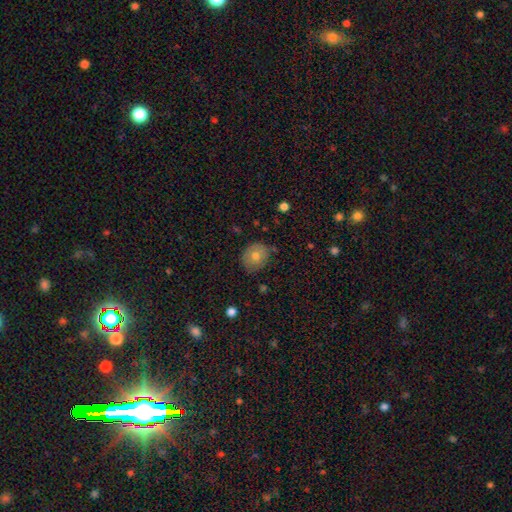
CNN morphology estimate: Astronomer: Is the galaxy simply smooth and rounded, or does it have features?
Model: smooth — 67%.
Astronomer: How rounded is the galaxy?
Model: round — 69%.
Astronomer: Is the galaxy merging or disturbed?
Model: none — 78%.